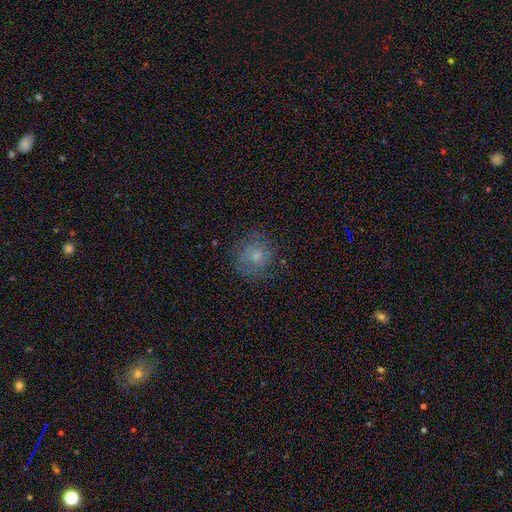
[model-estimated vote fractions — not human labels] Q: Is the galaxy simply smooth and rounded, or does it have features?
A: smooth — 65%.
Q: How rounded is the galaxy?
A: round — 84%.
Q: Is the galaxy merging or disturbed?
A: none — 70%.